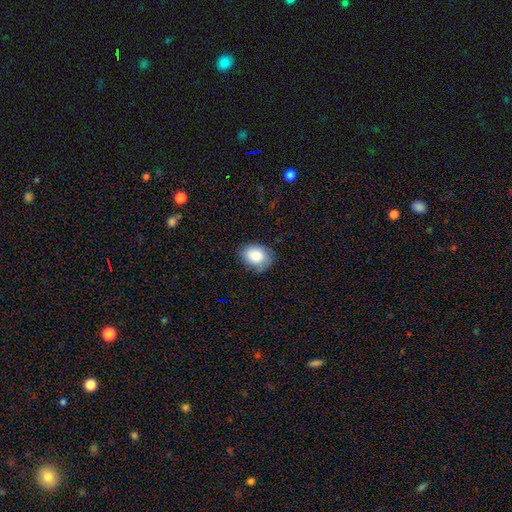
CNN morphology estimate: type=smooth (84%); roundness=in between (57%); merging=none (74%).